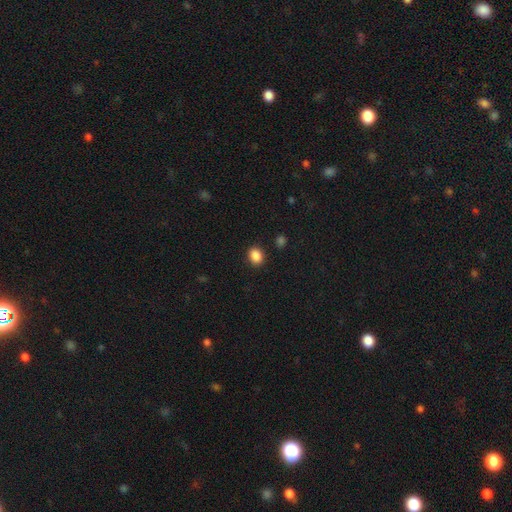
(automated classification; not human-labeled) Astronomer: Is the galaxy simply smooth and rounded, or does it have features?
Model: smooth — 87%.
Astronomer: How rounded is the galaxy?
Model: round — 51% (runner-up: in between, 48%).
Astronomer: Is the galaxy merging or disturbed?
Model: none — 89%.